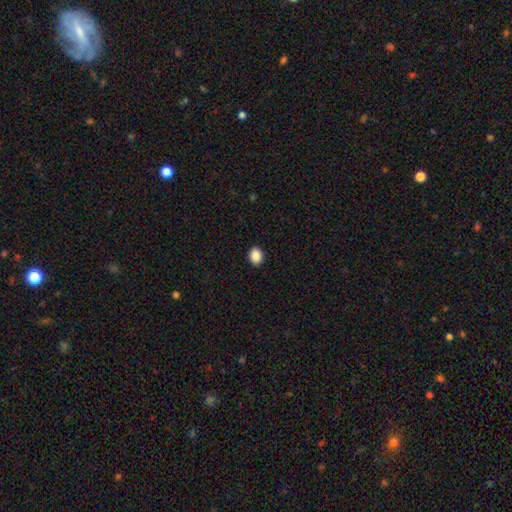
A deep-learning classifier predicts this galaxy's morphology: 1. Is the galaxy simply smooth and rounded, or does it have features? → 89% smooth, 9% star or artifact, 3% featured or disk.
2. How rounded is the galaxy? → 51% in between, 48% round, 1% cigar-shaped.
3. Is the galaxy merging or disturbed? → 91% none, 6% minor disturbance, 2% major disturbance, 1% merger.